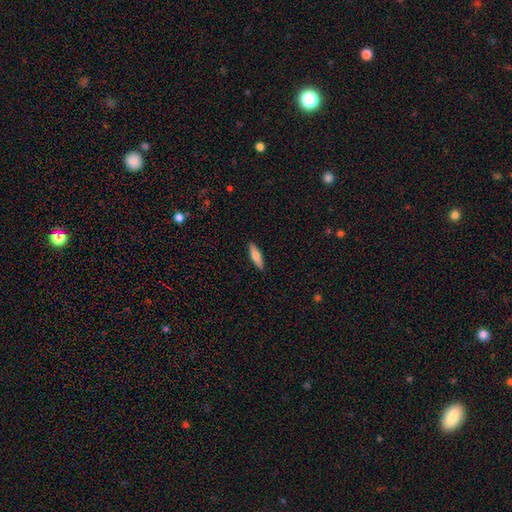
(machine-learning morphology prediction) Smooth or featured? smooth (69%)
How rounded? cigar-shaped (64%)
Merging? none (90%)